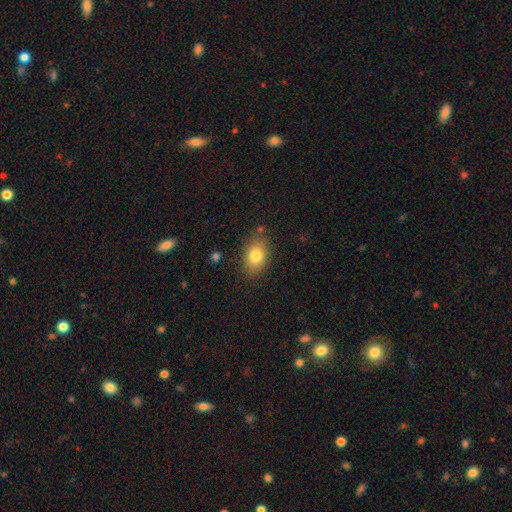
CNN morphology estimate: Smooth or featured: smooth — 80% (featured or disk — 11%)
How rounded: in between — 77% (round — 21%)
Merging: none — 81% (minor disturbance — 13%)